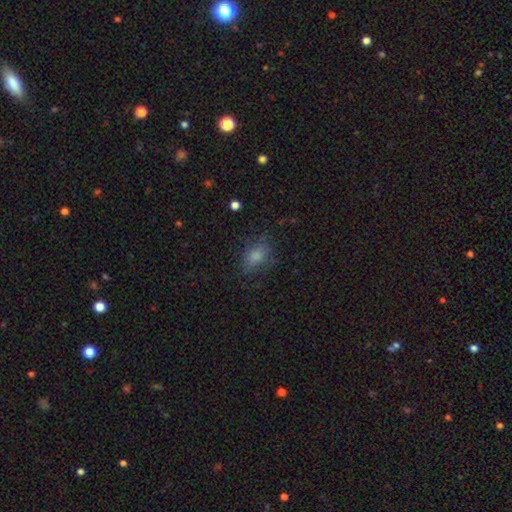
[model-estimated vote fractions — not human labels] Smooth or featured?
  - smooth: 68% *
  - star or artifact: 19%
  - featured or disk: 14%
How rounded?
  - in between: 74% *
  - round: 22%
  - cigar-shaped: 4%
Merging?
  - none: 72% *
  - minor disturbance: 19%
  - major disturbance: 8%
  - merger: 2%